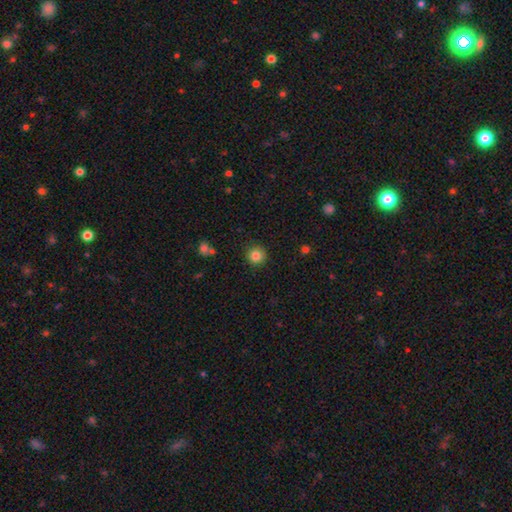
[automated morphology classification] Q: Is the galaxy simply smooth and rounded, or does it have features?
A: smooth — 83%.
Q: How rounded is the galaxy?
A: round — 94%.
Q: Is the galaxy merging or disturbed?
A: none — 90%.